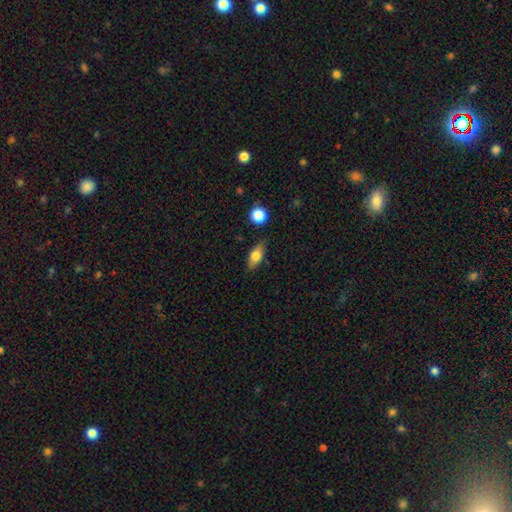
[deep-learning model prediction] Smooth or featured: smooth — 72% (featured or disk — 20%)
How rounded: in between — 79% (cigar-shaped — 14%)
Merging: none — 78% (minor disturbance — 16%)